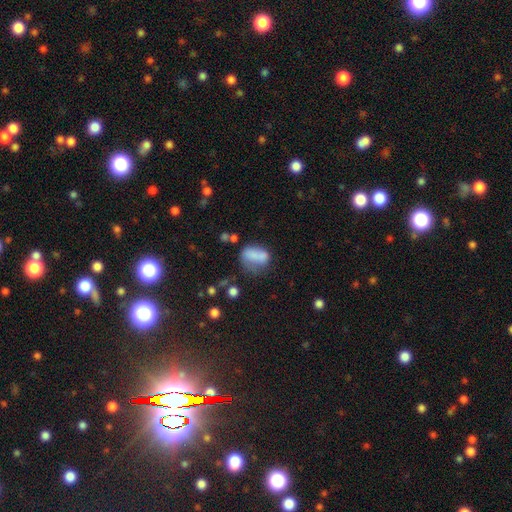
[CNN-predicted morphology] Smooth or featured?
  - smooth: 71% *
  - featured or disk: 18%
  - star or artifact: 11%
How rounded?
  - in between: 75% *
  - round: 21%
  - cigar-shaped: 4%
Merging?
  - none: 34% *
  - minor disturbance: 26%
  - major disturbance: 22%
  - merger: 19%